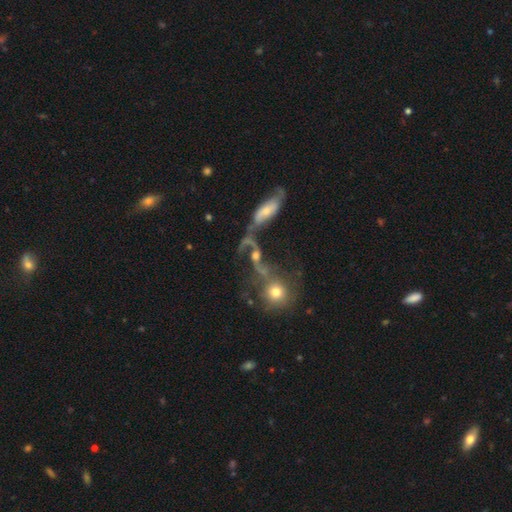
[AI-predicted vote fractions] Overall: featured or disk (63%). Edge-on disk: no (86%). Bar: no (58%; weak 30%). Spiral arms: yes (78%). Bulge size: moderate (43%; small 30%). Merging: merger (42%; none 27%).